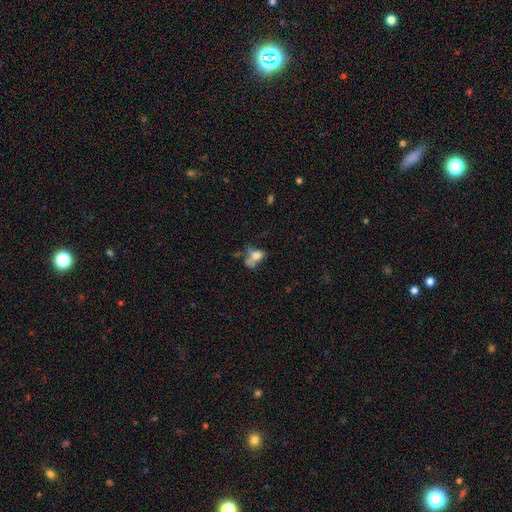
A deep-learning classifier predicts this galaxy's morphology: A smooth galaxy with no disk features (60%) that is in between round and cigar-shaped (73%).

Vote fractions:
- Smooth or featured? smooth: 60% / featured or disk: 27% / star or artifact: 14%
- How rounded? in between: 73% / round: 22% / cigar-shaped: 4%
- Merging? merger: 29% / major disturbance: 27% / none: 26% / minor disturbance: 18%